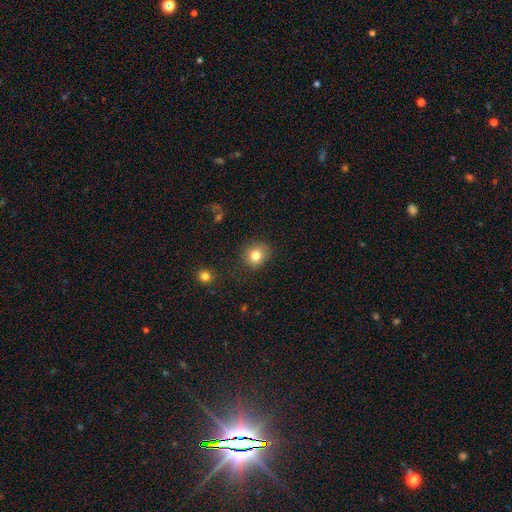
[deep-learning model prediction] smooth_or_featured: smooth (p=0.81) [alt: star or artifact p=0.11]
how_rounded: round (p=0.84) [alt: in between p=0.16]
merging: none (p=0.86) [alt: minor disturbance p=0.09]